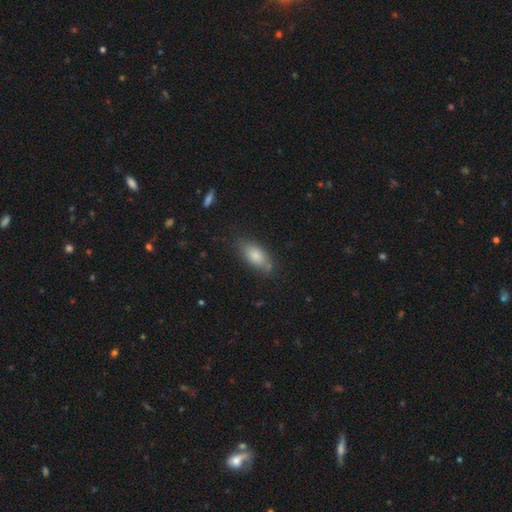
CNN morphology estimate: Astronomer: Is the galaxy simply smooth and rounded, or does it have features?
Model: smooth — 82%.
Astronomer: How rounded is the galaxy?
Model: in between — 87%.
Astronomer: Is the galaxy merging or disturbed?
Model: none — 71%.